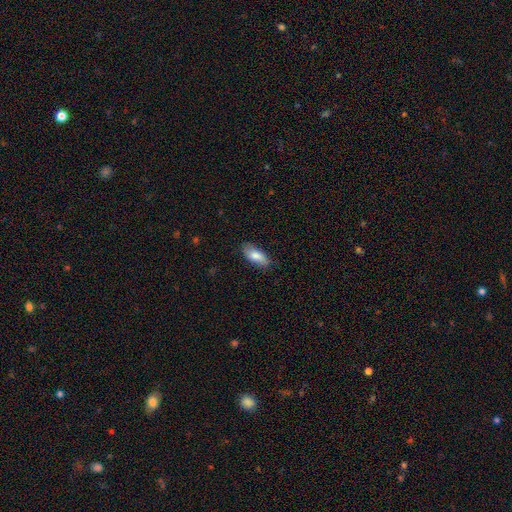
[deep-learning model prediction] The model was most divided on "merging": none: 81%, minor disturbance: 16%, major disturbance: 3%, merger: 1%. More confident: how rounded — in between (82%); smooth or featured — smooth (80%).